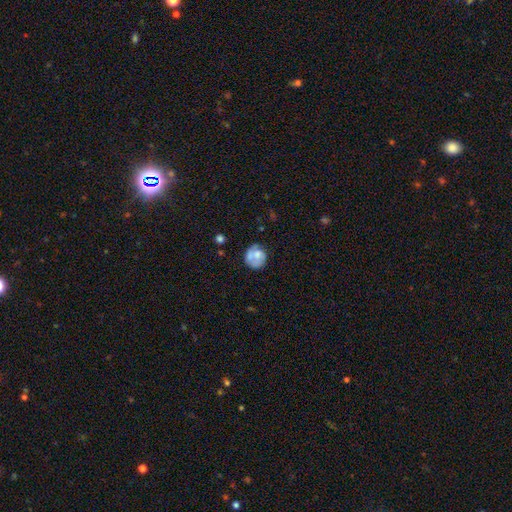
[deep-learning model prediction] This is possibly a smooth galaxy (58%). How rounded: likely round (79%). Merging: possibly none (52%).